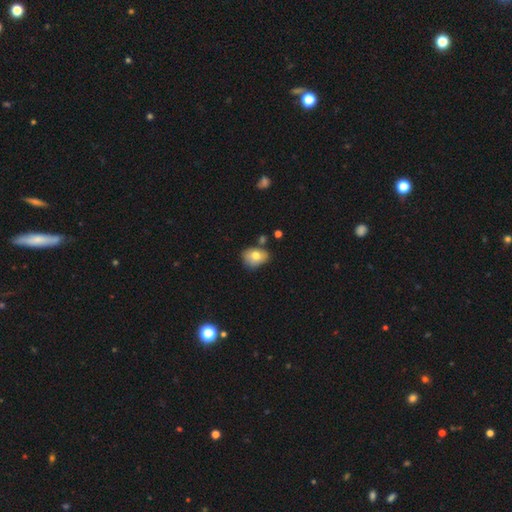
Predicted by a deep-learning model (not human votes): smooth_or_featured: smooth (p=0.73) [alt: featured or disk p=0.17]
how_rounded: in between (p=0.58) [alt: round p=0.41]
merging: none (p=0.55) [alt: minor disturbance p=0.29]